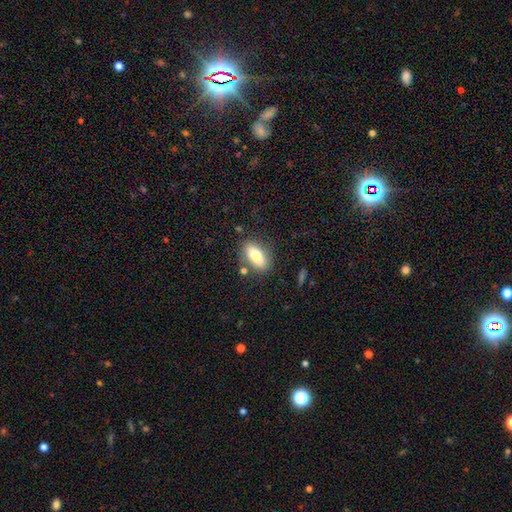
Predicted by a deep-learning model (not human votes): This is likely a smooth galaxy (75%). How rounded: likely in between (79%). Merging: likely none (79%).